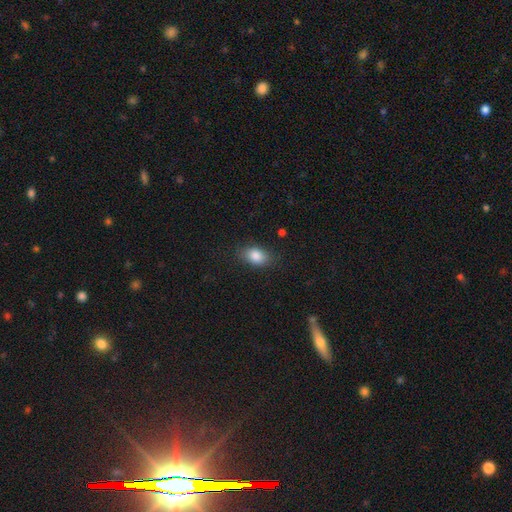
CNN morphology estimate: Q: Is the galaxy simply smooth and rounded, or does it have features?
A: smooth — 85%.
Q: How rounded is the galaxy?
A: in between — 81%.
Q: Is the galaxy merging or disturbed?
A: none — 80%.